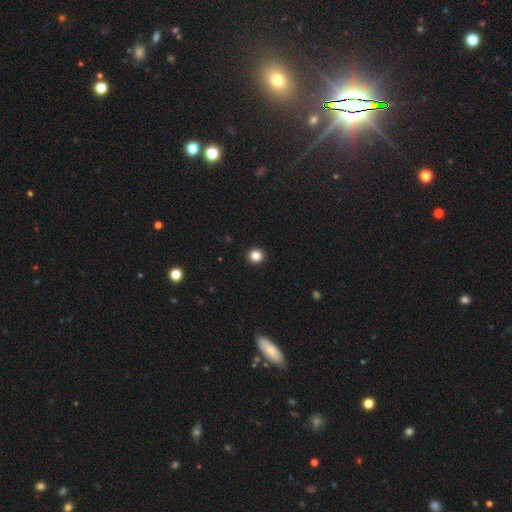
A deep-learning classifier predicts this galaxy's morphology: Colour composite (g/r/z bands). It shows a smooth galaxy with no disk features (84%) that is round (92%). Merging: none (94%).